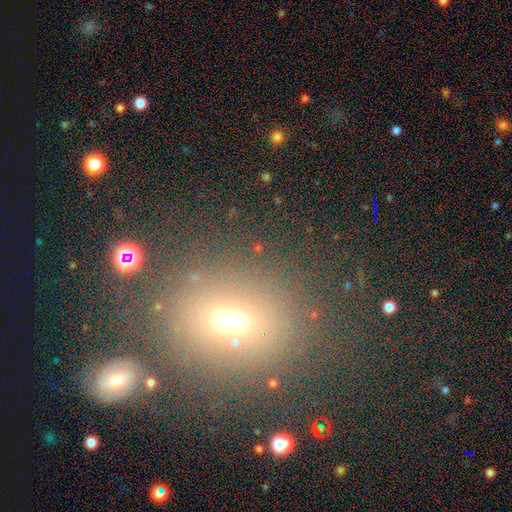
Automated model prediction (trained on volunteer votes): Smooth or featured? smooth (56%)
How rounded? round (57%)
Merging? none (76%)